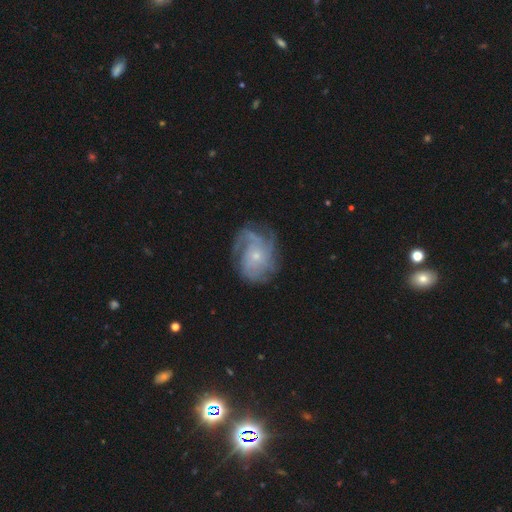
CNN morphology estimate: Smooth or featured: featured or disk — 83% (smooth — 11%)
Edge-on disk: no — 98% (yes — 2%)
Bar: no — 79% (weak — 18%)
Spiral arms: yes — 95% (no — 5%)
Spiral winding: tight — 49% (medium — 38%)
Spiral arm count: can't tell — 26% (tied with 3 — 26%)
Bulge size: small — 75% (moderate — 20%)
Merging: none — 68% (minor disturbance — 19%)